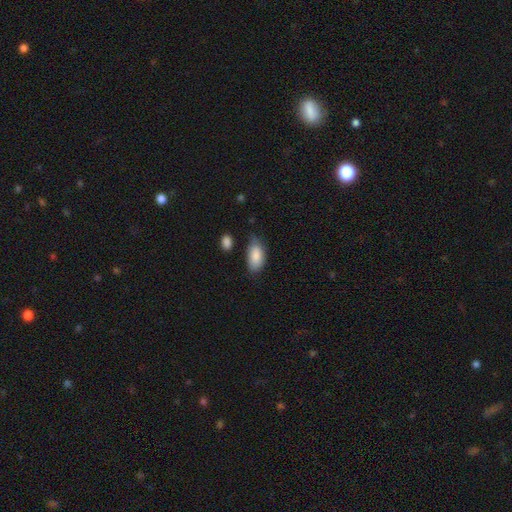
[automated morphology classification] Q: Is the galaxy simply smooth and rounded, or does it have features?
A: smooth — 87%.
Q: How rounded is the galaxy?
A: in between — 93%.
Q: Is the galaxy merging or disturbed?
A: none — 64%.